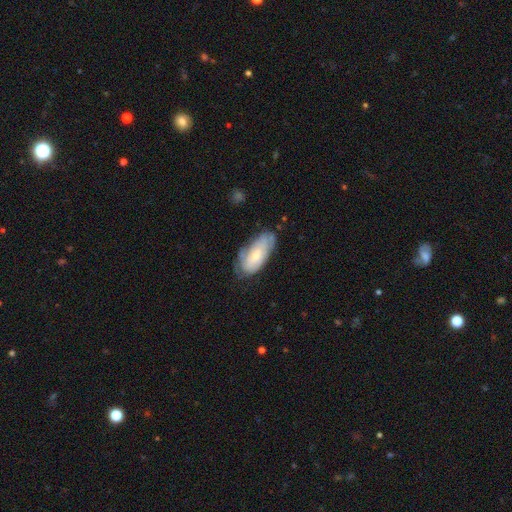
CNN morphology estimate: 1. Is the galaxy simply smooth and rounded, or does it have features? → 48% featured or disk, 45% smooth, 7% star or artifact.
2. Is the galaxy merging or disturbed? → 58% none, 30% minor disturbance, 10% major disturbance, 2% merger.